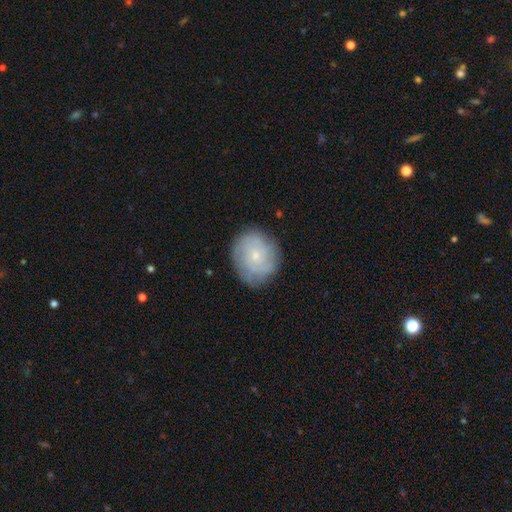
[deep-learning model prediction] This appears to be a featured or disk galaxy (59%) with no bar (80%), spiral arms (86%) and a small central bulge (77%). Merging: none (79%).